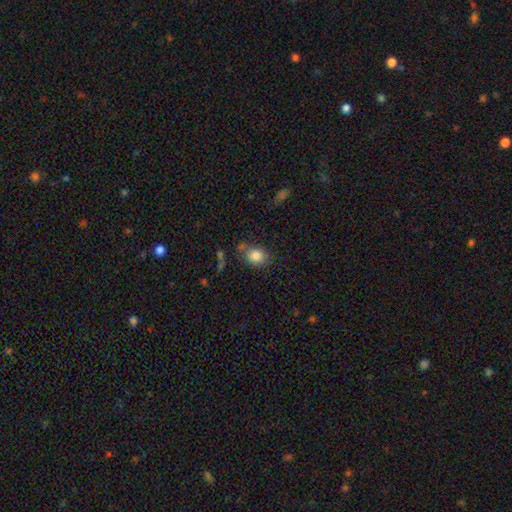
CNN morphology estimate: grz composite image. It shows a smooth galaxy with no disk features (84%) that is in between round and cigar-shaped (50%). Merging: none (69%).